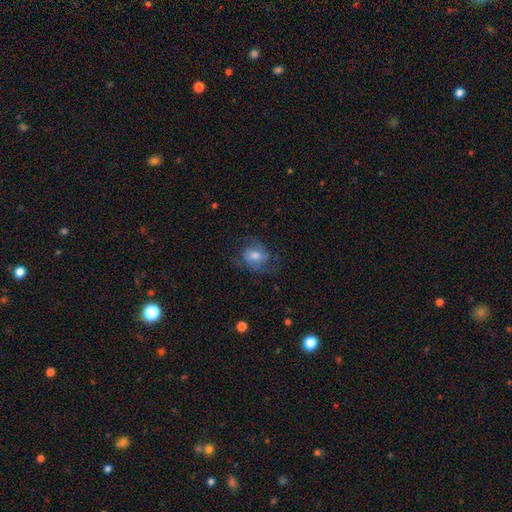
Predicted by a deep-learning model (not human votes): smooth 48%, featured or disk 43%, star or artifact 10%. Down the decision tree: merging — none (58%).